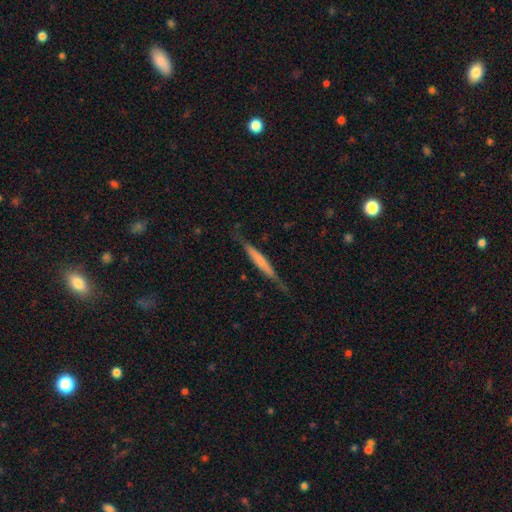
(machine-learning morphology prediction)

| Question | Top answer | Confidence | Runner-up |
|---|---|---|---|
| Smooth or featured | featured or disk | 57% | smooth (37%) |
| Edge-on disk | yes | 94% | no (6%) |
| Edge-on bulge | none | 61% | boxy (22%) |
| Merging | none | 79% | minor disturbance (15%) |